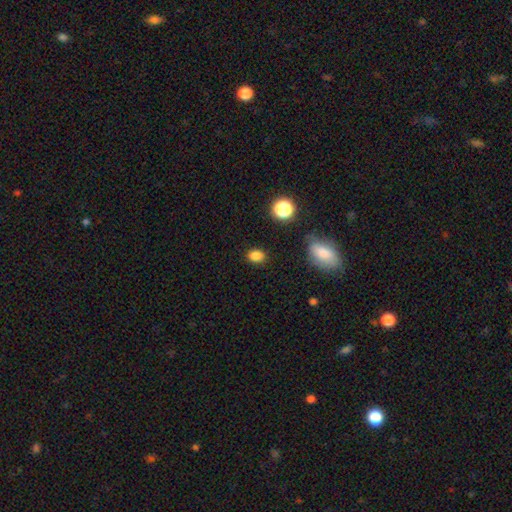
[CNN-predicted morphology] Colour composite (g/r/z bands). It shows a smooth galaxy with no disk features (83%) that is in between round and cigar-shaped (66%). Merging: none (86%).